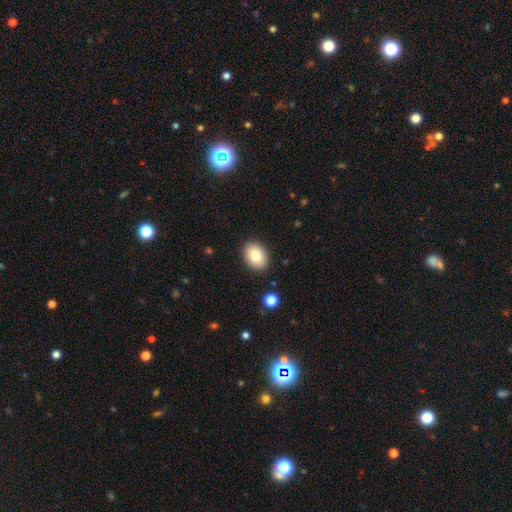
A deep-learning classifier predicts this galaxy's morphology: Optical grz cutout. It shows a smooth galaxy with no disk features (81%) that is in between round and cigar-shaped (72%). Merging: none (89%).